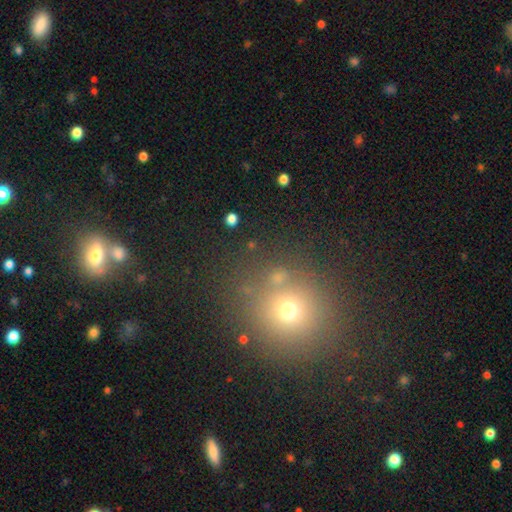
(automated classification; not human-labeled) Smooth or featured: smooth — 54% (star or artifact — 36%)
How rounded: round — 86% (in between — 13%)
Merging: none — 79% (minor disturbance — 9%)